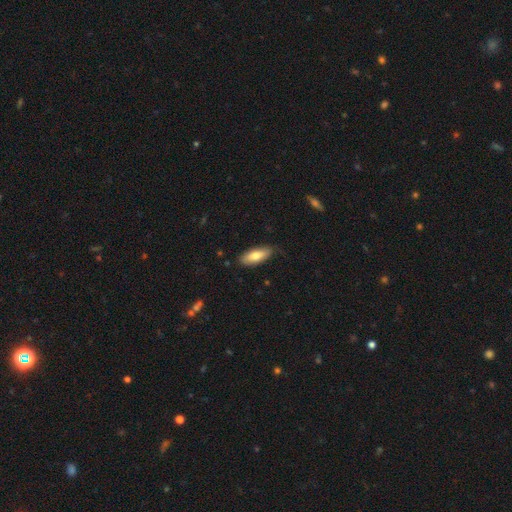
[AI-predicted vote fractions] This appears to be a smooth galaxy with no disk features (74%) that is in between round and cigar-shaped (72%). Merging: none (79%).